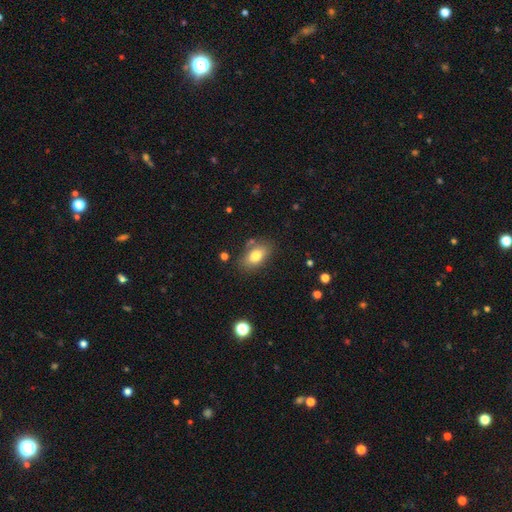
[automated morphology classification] A smooth galaxy with no disk features (78%) that is in between round and cigar-shaped (87%).

Vote fractions:
- Smooth or featured? smooth: 78% / featured or disk: 13% / star or artifact: 8%
- How rounded? in between: 87% / round: 10% / cigar-shaped: 3%
- Merging? none: 77% / minor disturbance: 14% / merger: 4% / major disturbance: 4%